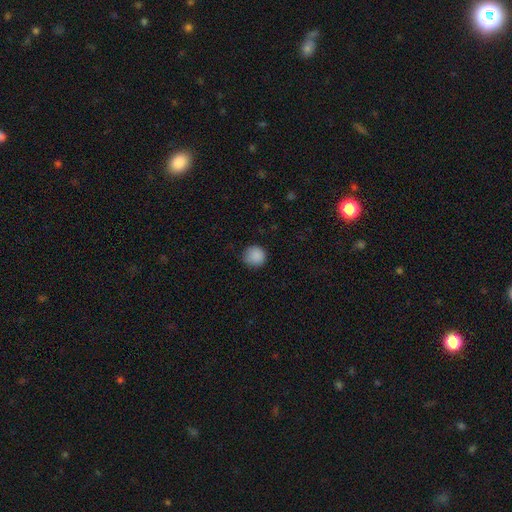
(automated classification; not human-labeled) This is clearly a smooth galaxy (88%). How rounded: clearly round (92%). Merging: clearly none (83%).